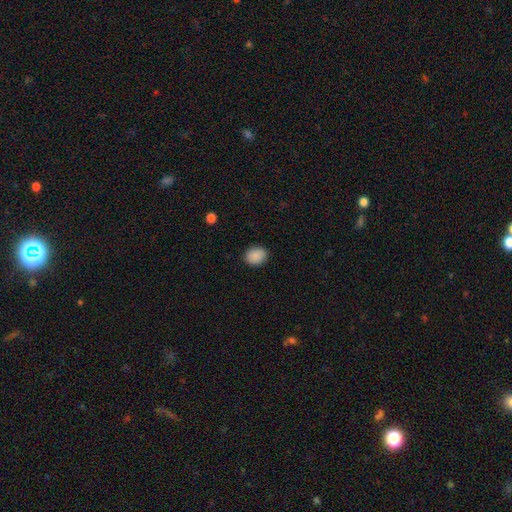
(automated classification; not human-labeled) A smooth galaxy with no disk features (89%) that is round (53%). Merging: none (88%).